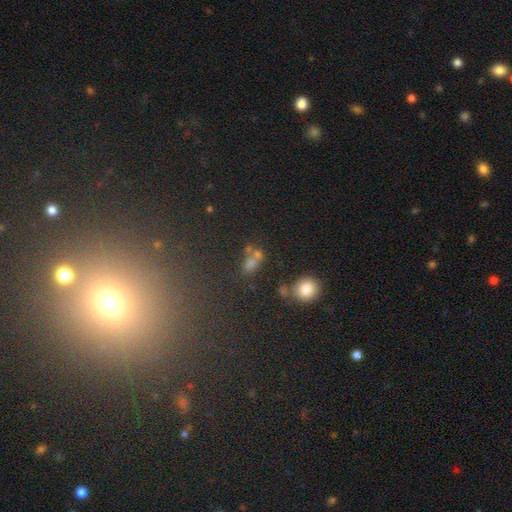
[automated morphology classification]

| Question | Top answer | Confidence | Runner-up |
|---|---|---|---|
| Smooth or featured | smooth | 60% | star or artifact (25%) |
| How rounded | in between | 54% | round (42%) |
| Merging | none | 46% | merger (35%) |